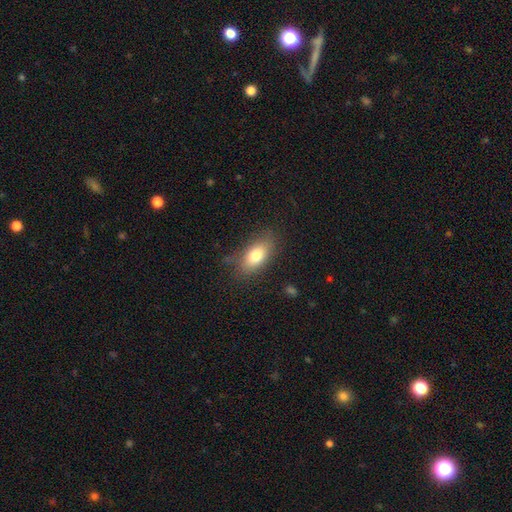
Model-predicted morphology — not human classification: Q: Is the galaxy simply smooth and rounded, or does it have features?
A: smooth — 79%.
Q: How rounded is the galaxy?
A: in between — 87%.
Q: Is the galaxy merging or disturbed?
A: none — 77%.